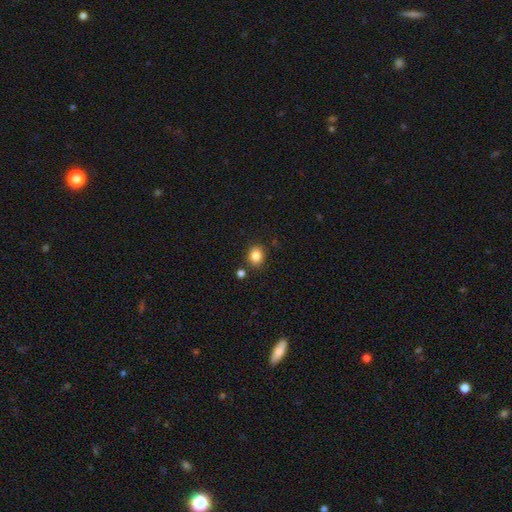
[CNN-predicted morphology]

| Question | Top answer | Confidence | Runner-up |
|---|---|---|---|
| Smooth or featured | smooth | 85% | star or artifact (11%) |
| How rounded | round | 66% | in between (33%) |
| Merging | none | 82% | minor disturbance (10%) |